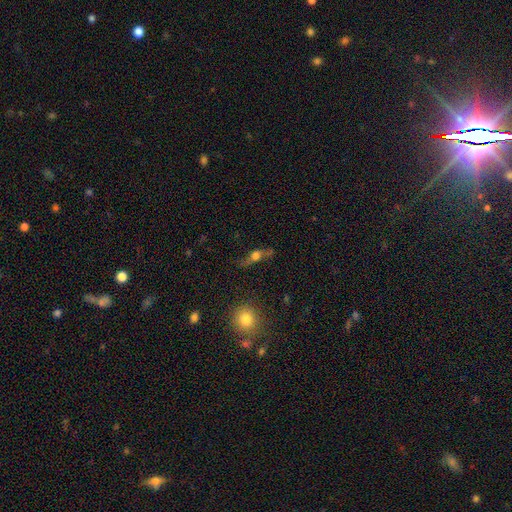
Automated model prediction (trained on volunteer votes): This is possibly a featured or disk galaxy (54%). It is likely viewed edge-on (71%). Merging: likely none (69%).